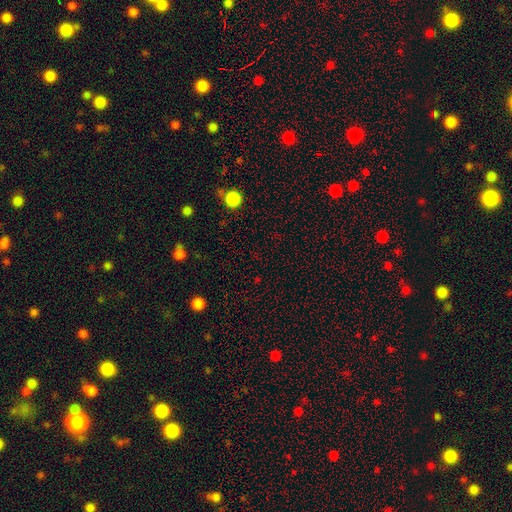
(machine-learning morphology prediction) This appears to be a star or artifact, not a galaxy (53%).